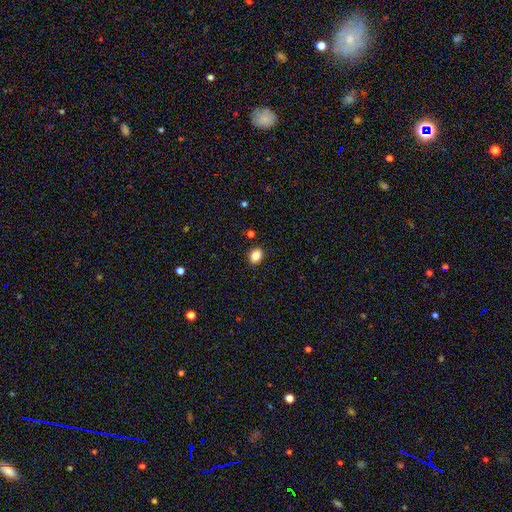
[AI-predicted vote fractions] This appears to be a smooth galaxy with no disk features (86%) that is in between round and cigar-shaped (63%). Merging: none (89%).